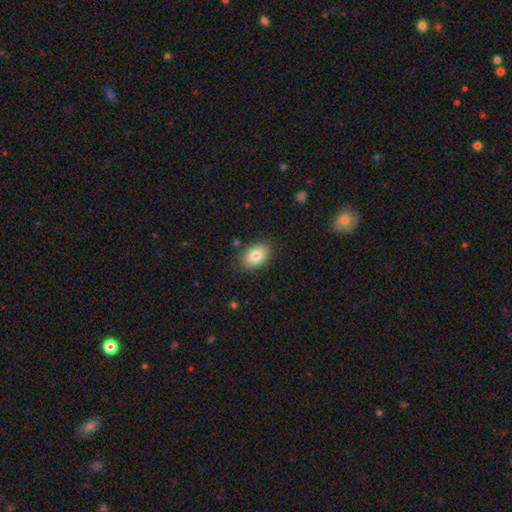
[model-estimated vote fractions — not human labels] A smooth galaxy with no disk features (84%) that is in between round and cigar-shaped (87%). Merging: none (85%).